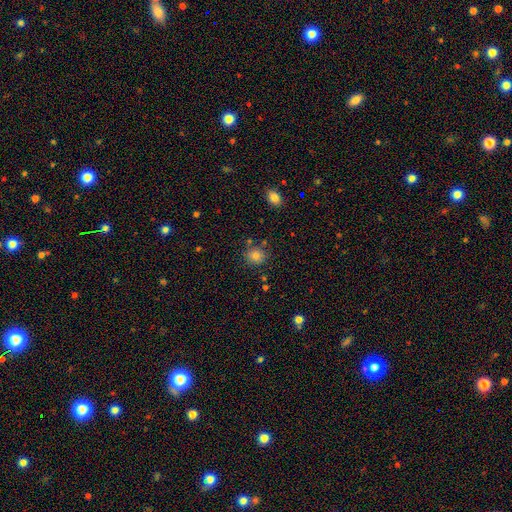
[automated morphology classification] smooth-or-featured: smooth: 81% | star or artifact: 13% | featured or disk: 7%
  how-rounded: round: 84% | in between: 15% | cigar-shaped: 1%
  merging: none: 80% | minor disturbance: 11% | merger: 6% | major disturbance: 3%